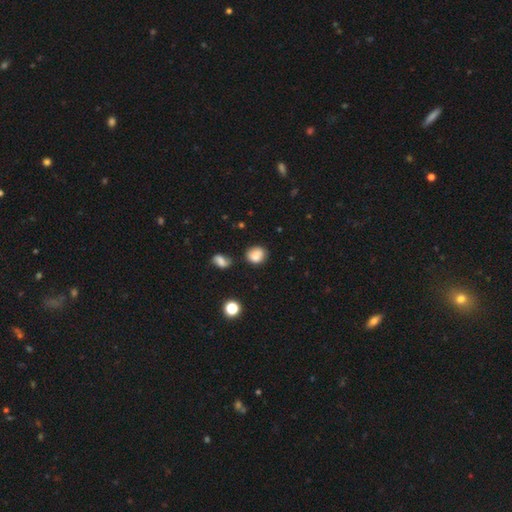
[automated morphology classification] Smooth or featured: smooth — 81% (star or artifact — 11%)
How rounded: round — 68% (in between — 31%)
Merging: none — 71% (minor disturbance — 19%)